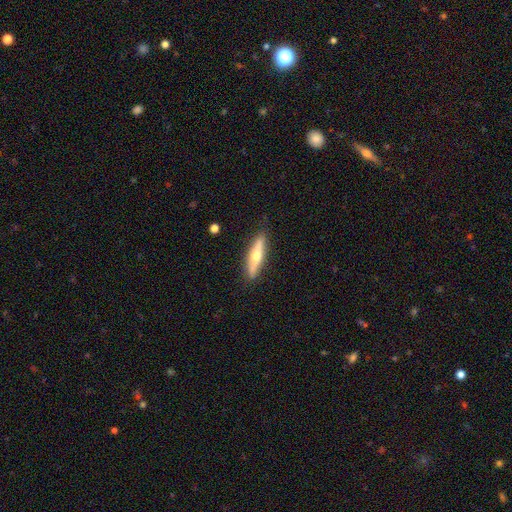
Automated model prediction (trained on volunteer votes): Q: Smooth or featured?
A: featured or disk (52%); runner-up: smooth (43%)
Q: Edge-on disk?
A: yes (86%); runner-up: no (14%)
Q: Merging?
A: none (85%); runner-up: minor disturbance (11%)